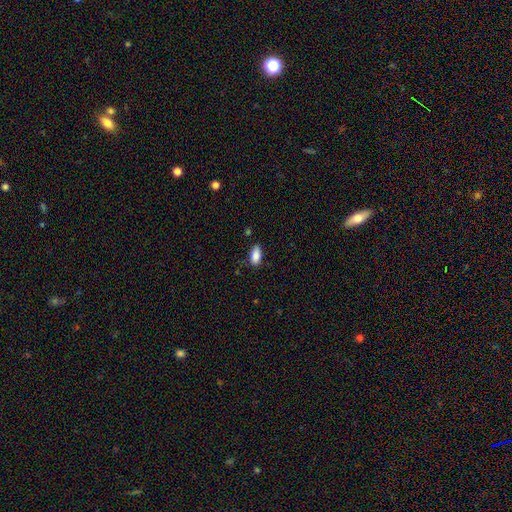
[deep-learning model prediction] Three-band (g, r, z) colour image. It shows a smooth galaxy with no disk features (88%) that is in between round and cigar-shaped (90%). Merging: none (76%).